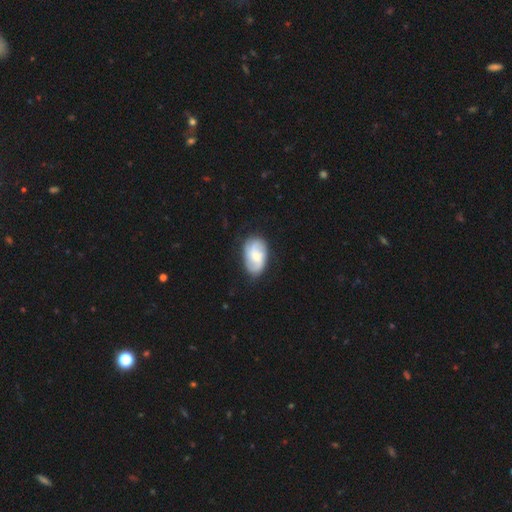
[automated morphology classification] Smooth or featured: featured or disk — 56% (smooth — 38%)
Edge-on disk: no — 97% (yes — 3%)
Bar: no — 46% (weak — 44%)
Spiral arms: yes — 90% (no — 10%)
Bulge size: moderate — 43% (tied with small — 43%)
Merging: none — 75% (minor disturbance — 18%)